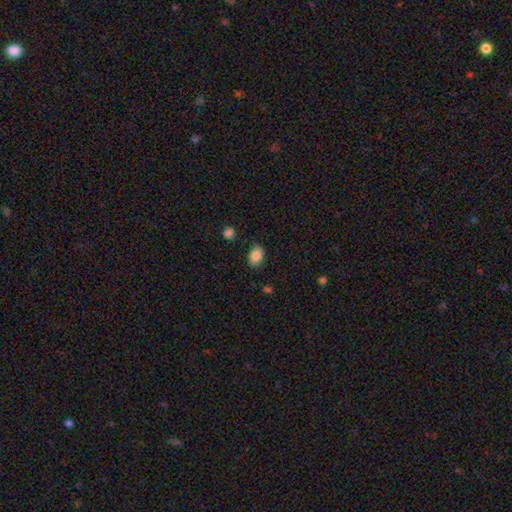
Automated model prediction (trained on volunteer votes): smooth-or-featured: smooth: 86% | star or artifact: 8% | featured or disk: 6%
  how-rounded: in between: 77% | round: 22% | cigar-shaped: 1%
  merging: none: 79% | minor disturbance: 15% | major disturbance: 3% | merger: 2%